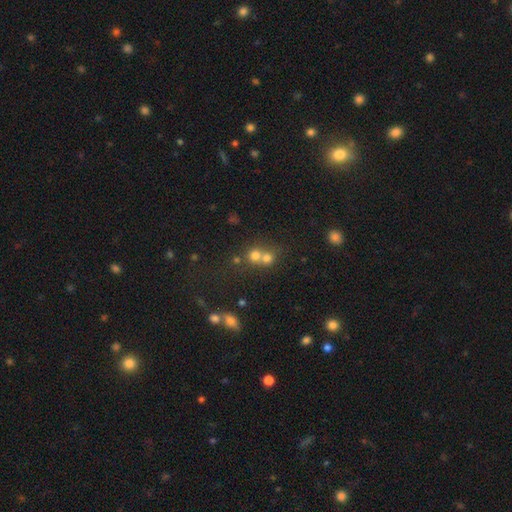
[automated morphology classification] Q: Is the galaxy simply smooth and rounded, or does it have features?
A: smooth — 71%.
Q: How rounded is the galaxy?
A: round — 85%.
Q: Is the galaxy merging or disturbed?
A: merger — 58%.